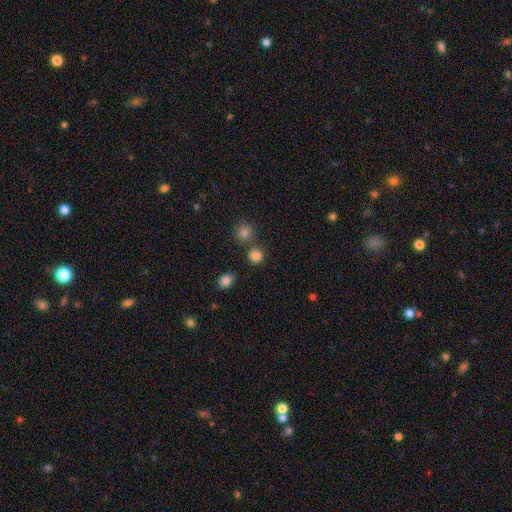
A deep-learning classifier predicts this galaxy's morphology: Overall: smooth (82%). How rounded: round (88%). Merging: none (72%).